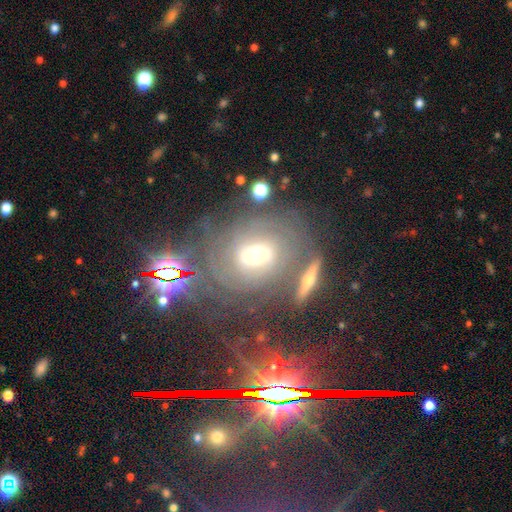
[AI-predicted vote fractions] The model was most divided on "bar": no: 44%, weak: 39%, strong: 17%. More confident: edge-on disk — no (92%); spiral arms — yes (80%); smooth or featured — featured or disk (66%); merging — none (63%); bulge size — moderate (59%).